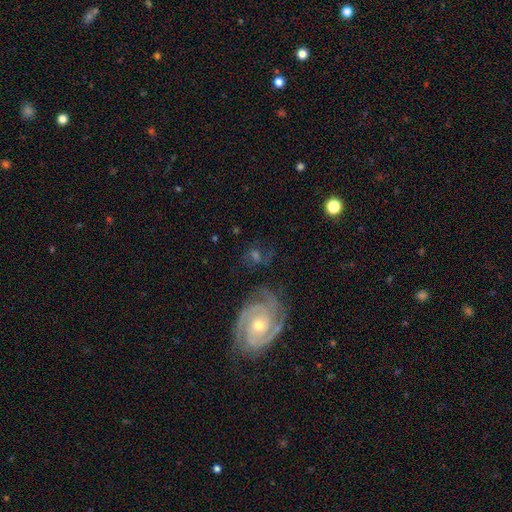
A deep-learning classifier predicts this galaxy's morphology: smooth-or-featured: featured or disk: 79% | smooth: 11% | star or artifact: 10%
  disk-edge-on: no: 96% | yes: 4%
    bar: no: 66% | weak: 24% | strong: 10%
    has-spiral-arms: yes: 96% | no: 4%
      spiral-winding: tight: 60% | medium: 33% | loose: 7%
      spiral-arm-count: 2: 34% | 3: 33% | can't tell: 15% | 4: 9% | more than 4: 5% | 1: 5%
    bulge-size: moderate: 50% | small: 45% | large: 3% | none: 2% | dominant: 1%
  merging: none: 69% | minor disturbance: 17% | major disturbance: 9% | merger: 4%